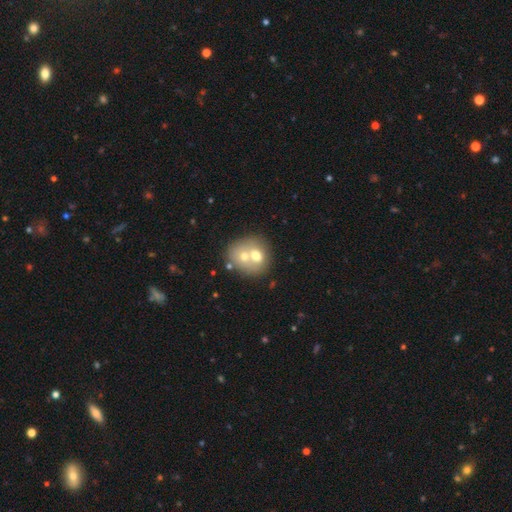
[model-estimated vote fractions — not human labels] This is likely a smooth galaxy (61%). How rounded: likely round (73%). Merging: likely merger (64%).